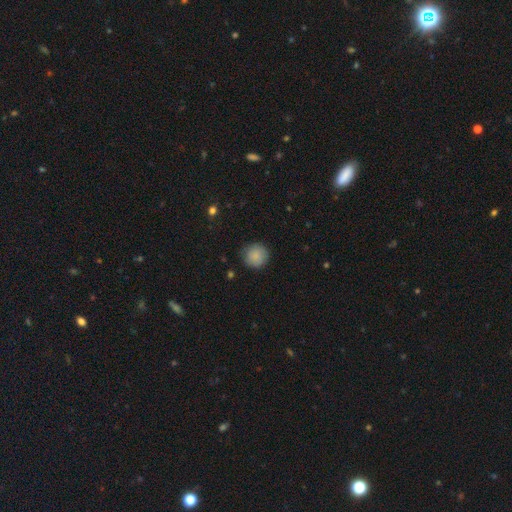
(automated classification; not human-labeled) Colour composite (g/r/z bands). It shows a smooth galaxy with no disk features (88%) that is round (94%). Merging: none (86%).